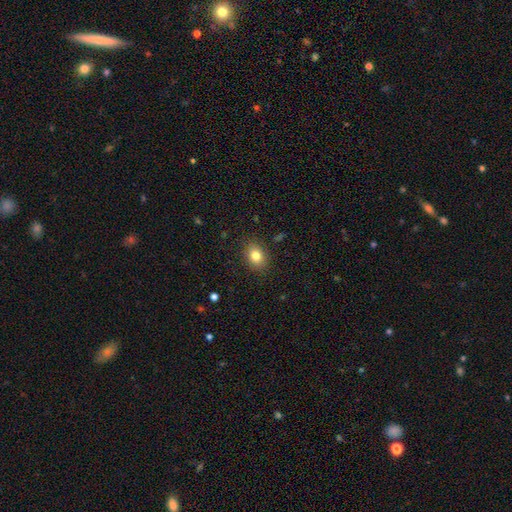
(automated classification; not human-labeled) Overall: smooth (82%). How rounded: in between (59%; round 40%). Merging: none (87%).